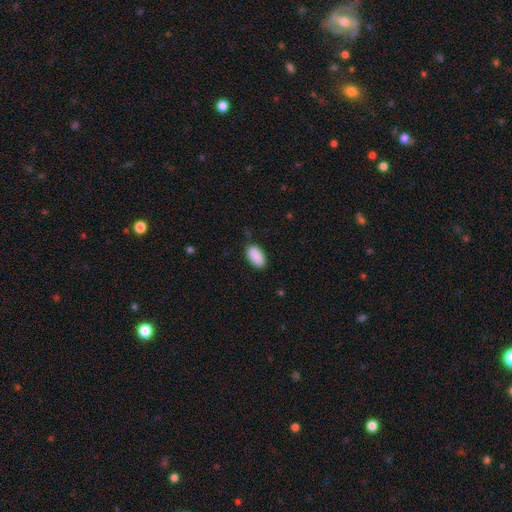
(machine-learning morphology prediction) This appears to be a smooth galaxy with no disk features (90%) that is in between round and cigar-shaped (95%). Merging: none (84%).